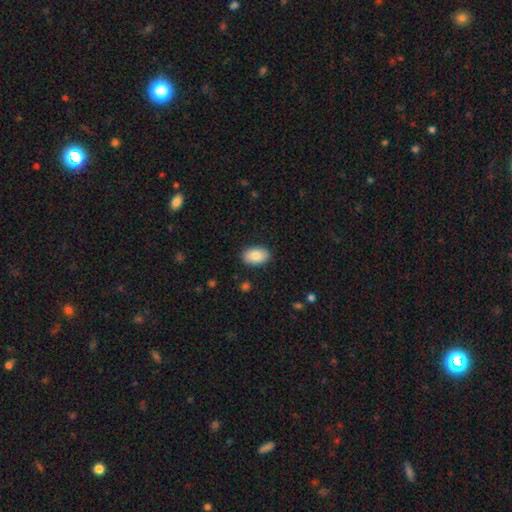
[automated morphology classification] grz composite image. It shows a smooth galaxy with no disk features (84%) that is in between round and cigar-shaped (91%). Merging: none (88%).